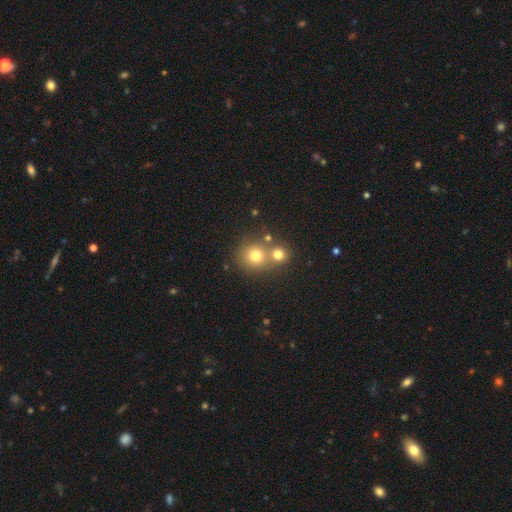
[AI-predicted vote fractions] Smooth or featured?
  - smooth: 73% *
  - star or artifact: 15%
  - featured or disk: 11%
How rounded?
  - round: 89% *
  - in between: 10%
  - cigar-shaped: 1%
Merging?
  - none: 58% *
  - merger: 33%
  - minor disturbance: 7%
  - major disturbance: 3%